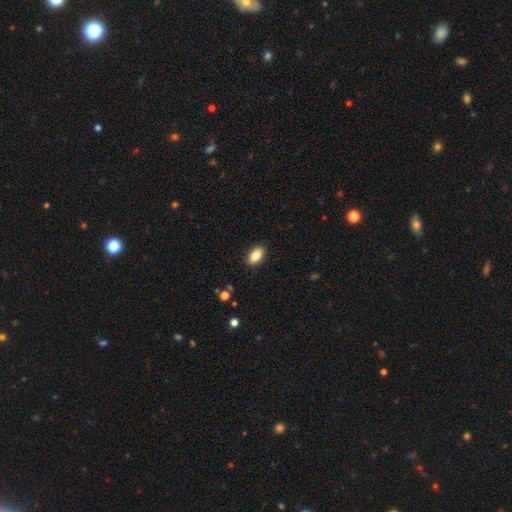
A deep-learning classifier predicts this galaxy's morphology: smooth_or_featured: smooth (p=0.85) [alt: star or artifact p=0.08]
how_rounded: in between (p=0.91) [alt: round p=0.07]
merging: none (p=0.89) [alt: minor disturbance p=0.08]